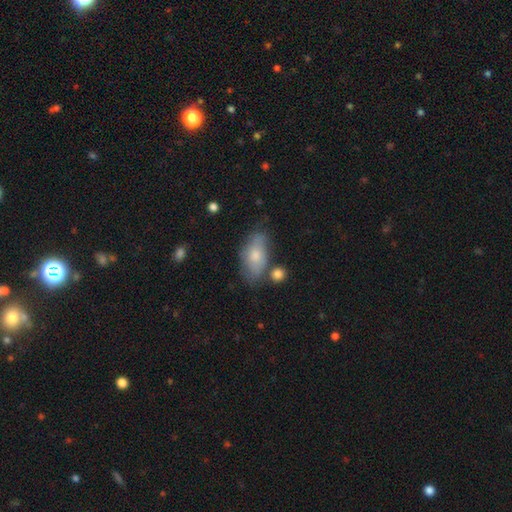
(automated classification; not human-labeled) This is likely a smooth galaxy (66%). How rounded: clearly in between (90%). Merging: possibly none (59%).